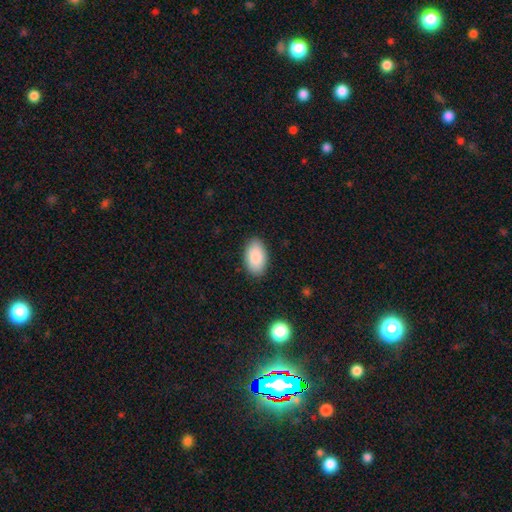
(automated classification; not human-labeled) smooth_or_featured: smooth (p=0.88) [alt: star or artifact p=0.06]
how_rounded: in between (p=0.95) [alt: round p=0.04]
merging: none (p=0.87) [alt: minor disturbance p=0.09]